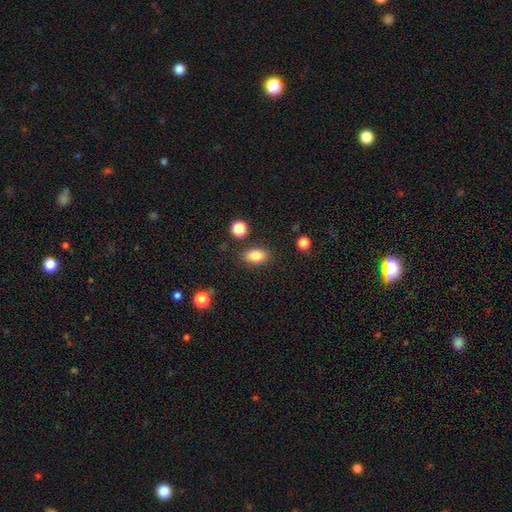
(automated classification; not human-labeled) A smooth galaxy with no disk features (83%) that is in between round and cigar-shaped (86%). Merging: none (84%).